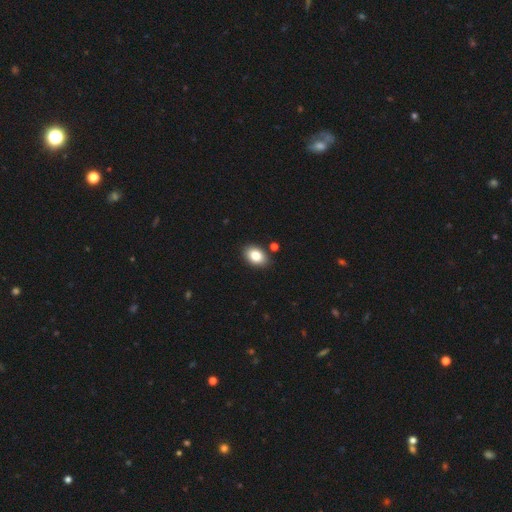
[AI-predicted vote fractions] Smooth or featured? smooth (84%)
How rounded? in between (84%)
Merging? none (86%)